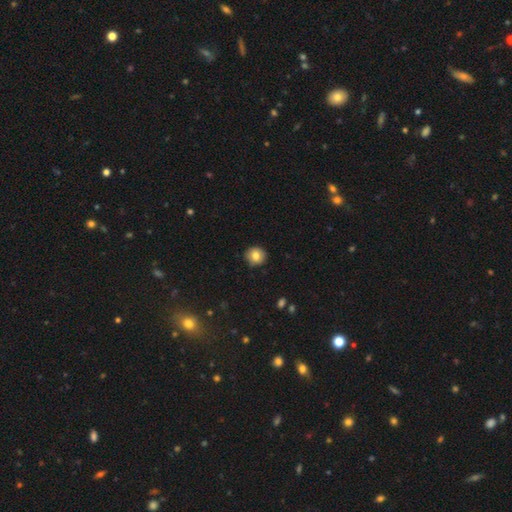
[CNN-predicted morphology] Q: Smooth or featured?
A: smooth (81%); runner-up: featured or disk (10%)
Q: How rounded?
A: round (88%); runner-up: in between (11%)
Q: Merging?
A: none (87%); runner-up: minor disturbance (10%)